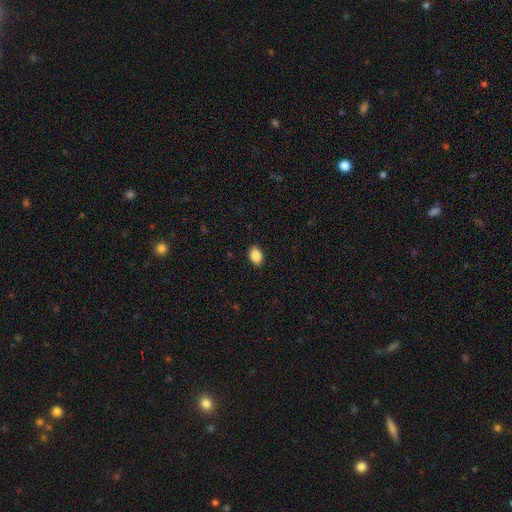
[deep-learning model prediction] Smooth or featured? Predicted: smooth (p=0.88). How rounded? Predicted: in between (p=0.84). Merging? Predicted: none (p=0.89).